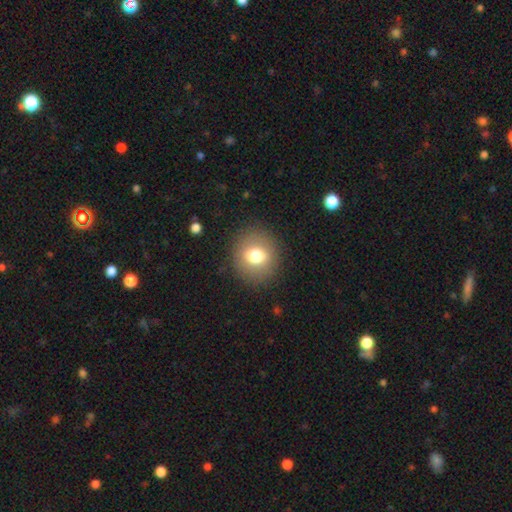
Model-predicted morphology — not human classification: A smooth galaxy with no disk features (74%) that is round (84%). Merging: none (88%).